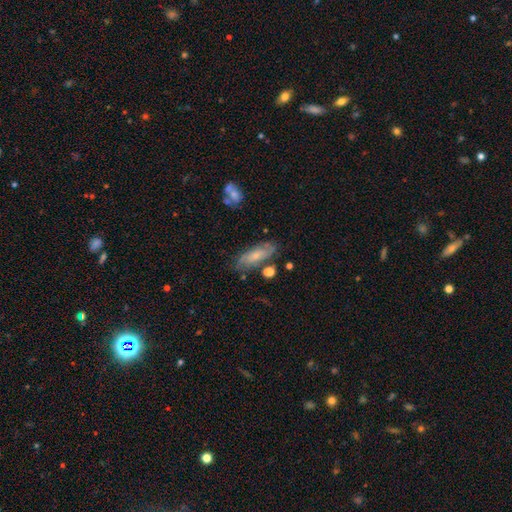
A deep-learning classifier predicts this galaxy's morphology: This is possibly a smooth galaxy (56%). How rounded: likely in between (68%). Merging: likely none (70%).